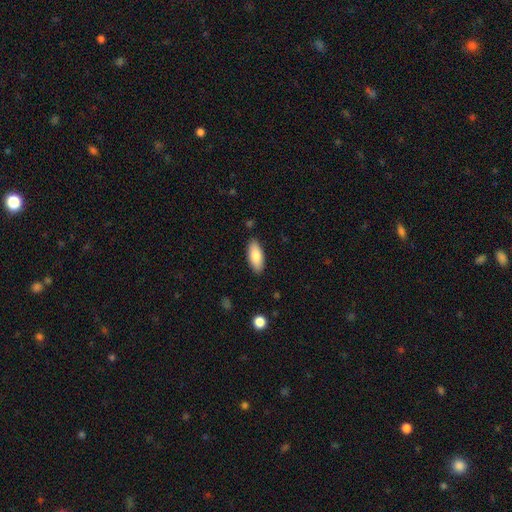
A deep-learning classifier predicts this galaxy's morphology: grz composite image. It shows a smooth galaxy with no disk features (83%) that is in between round and cigar-shaped (83%). Merging: none (88%).